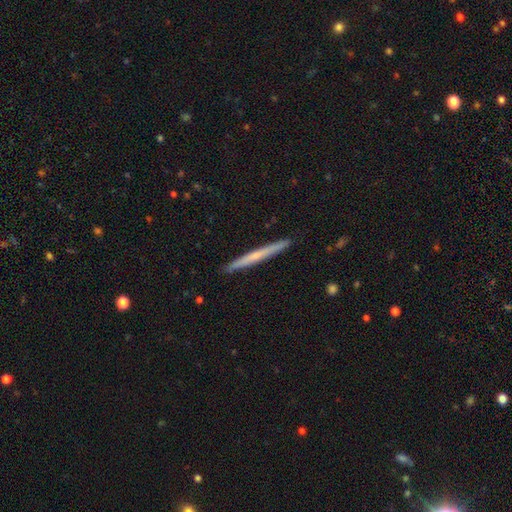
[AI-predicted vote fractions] Smooth or featured: featured or disk — 51% (smooth — 44%)
Edge-on disk: yes — 98% (no — 2%)
Merging: none — 93% (minor disturbance — 5%)